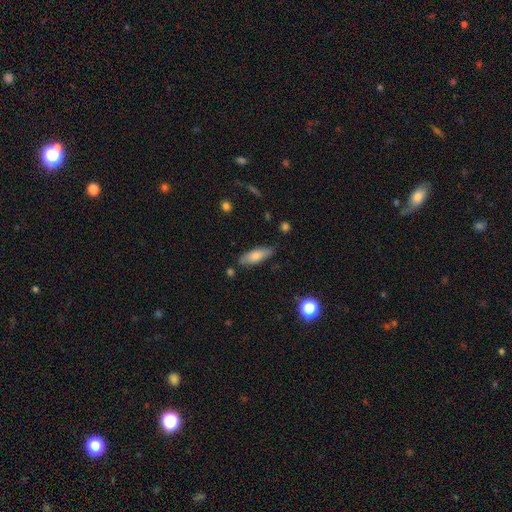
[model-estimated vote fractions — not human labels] Smooth or featured? Predicted: smooth (p=0.73). How rounded? Predicted: in between (p=0.59). Merging? Predicted: none (p=0.80).